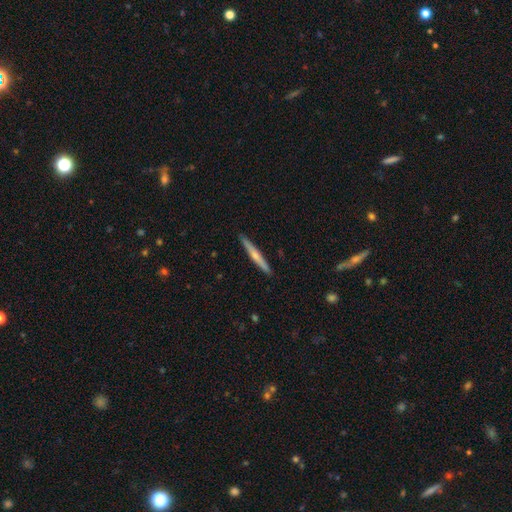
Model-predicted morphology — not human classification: Smooth or featured? featured or disk (51%)
Edge-on disk? yes (97%)
Merging? none (91%)